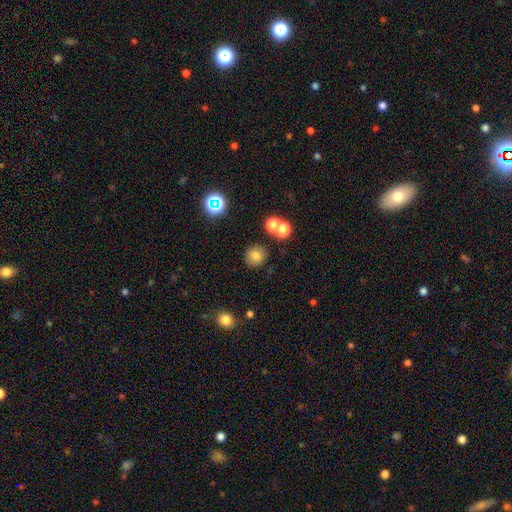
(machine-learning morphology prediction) This appears to be a smooth galaxy with no disk features (76%) that is round (90%). Merging: none (82%).